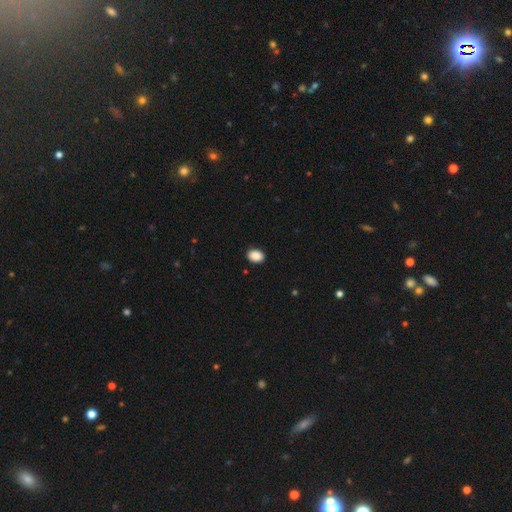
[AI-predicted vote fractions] Q: Smooth or featured?
A: smooth (90%); runner-up: star or artifact (8%)
Q: How rounded?
A: in between (73%); runner-up: round (26%)
Q: Merging?
A: none (89%); runner-up: minor disturbance (8%)